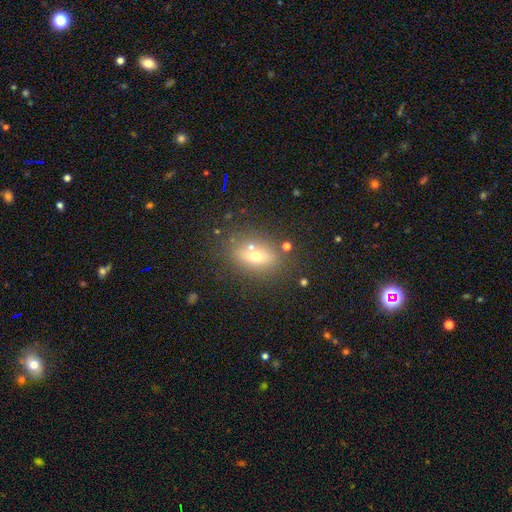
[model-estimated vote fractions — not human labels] smooth-or-featured: smooth: 56% | featured or disk: 30% | star or artifact: 15%
  how-rounded: in between: 69% | round: 21% | cigar-shaped: 9%
  merging: none: 72% | minor disturbance: 12% | merger: 11% | major disturbance: 5%